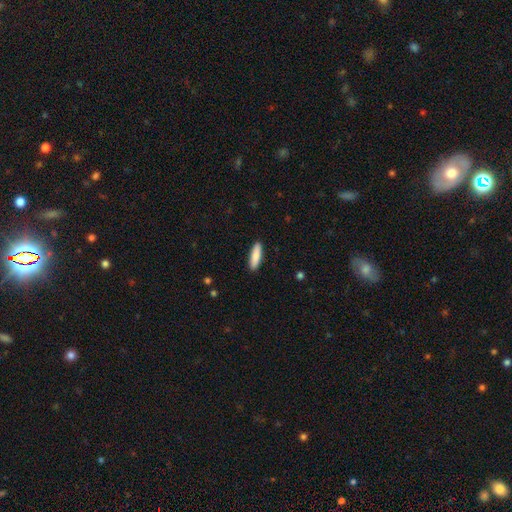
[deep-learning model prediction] smooth-or-featured: smooth: 87% | featured or disk: 8% | star or artifact: 5%
  how-rounded: cigar-shaped: 66% | in between: 32% | round: 1%
  merging: none: 91% | minor disturbance: 7% | major disturbance: 2% | merger: 1%